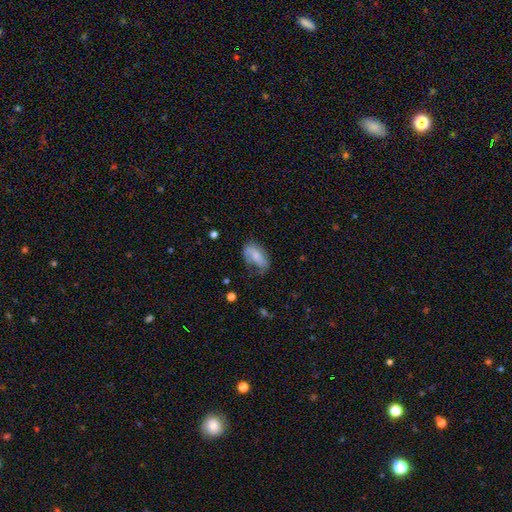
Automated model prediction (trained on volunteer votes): A smooth galaxy with no disk features (66%) that is in between round and cigar-shaped (90%). Merging: none (48%).